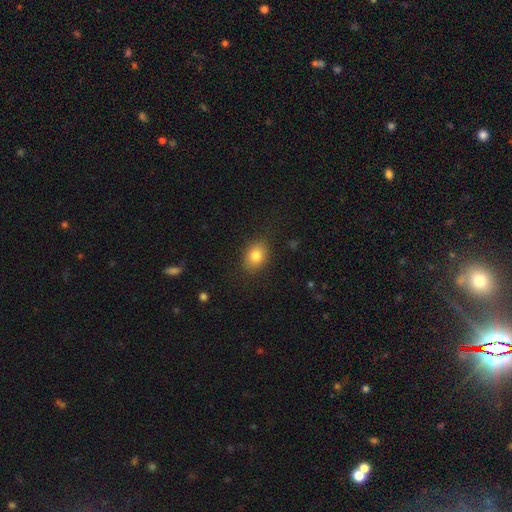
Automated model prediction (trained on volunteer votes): smooth_or_featured: smooth (p=0.81) [alt: featured or disk p=0.09]
how_rounded: in between (p=0.65) [alt: round p=0.34]
merging: none (p=0.84) [alt: minor disturbance p=0.12]